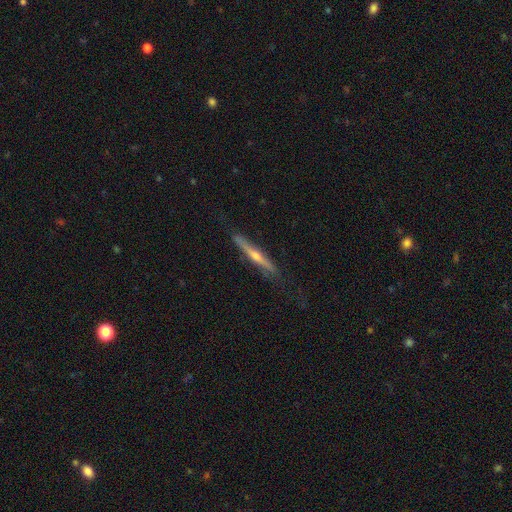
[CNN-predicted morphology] The model was most divided on "smooth or featured": featured or disk: 70%, smooth: 23%, star or artifact: 7%. More confident: edge-on disk — yes (94%); edge-on bulge — rounded (83%); merging — none (78%).